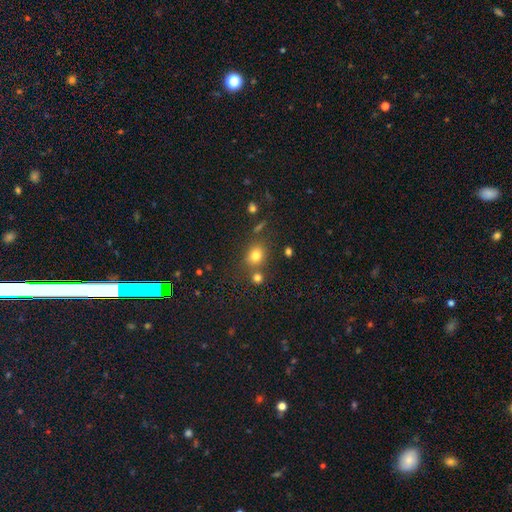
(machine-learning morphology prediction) Smooth or featured?
  - smooth: 76% *
  - star or artifact: 15%
  - featured or disk: 9%
How rounded?
  - round: 65% *
  - in between: 34%
  - cigar-shaped: 1%
Merging?
  - none: 67% *
  - merger: 17%
  - minor disturbance: 12%
  - major disturbance: 4%